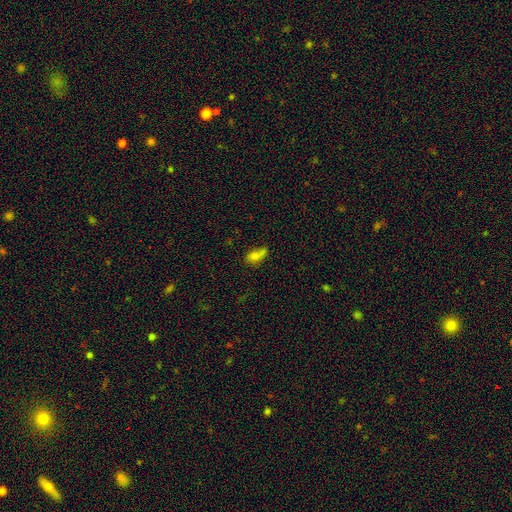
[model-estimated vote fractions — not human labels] This is likely a smooth galaxy (72%). How rounded: likely in between (77%). Merging: marginally none (35%).